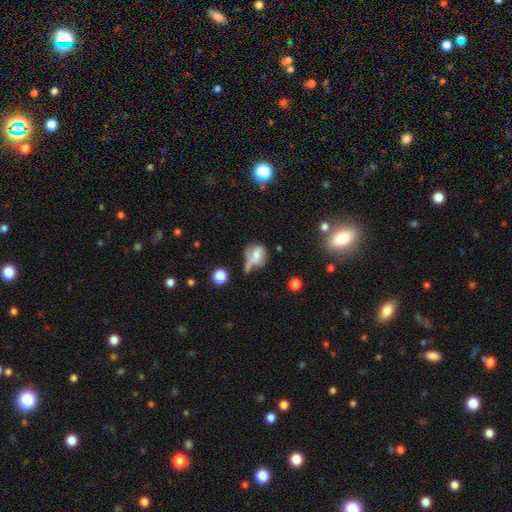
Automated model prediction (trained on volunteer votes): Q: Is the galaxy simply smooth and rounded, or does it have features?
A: smooth — 48%.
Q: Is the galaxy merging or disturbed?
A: none — 27%.